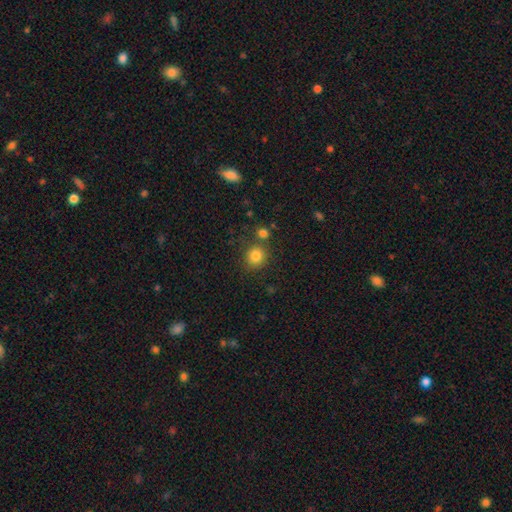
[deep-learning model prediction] smooth 82%, star or artifact 12%, featured or disk 6%. Down the decision tree: how rounded — round (87%); merging — none (76%).